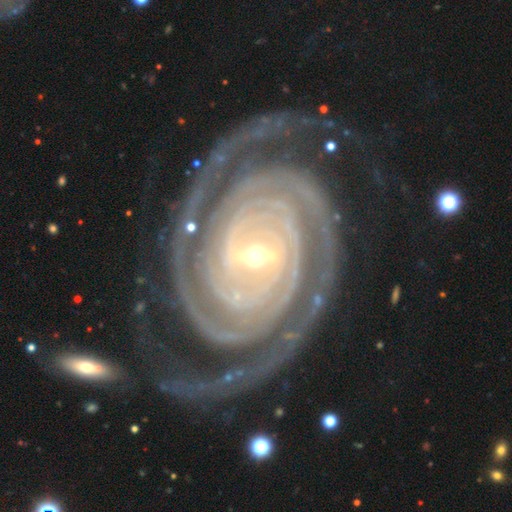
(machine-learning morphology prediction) A featured or disk galaxy (94%) with a strong bar (41%), 2 (58%) tight (88%) spiral arms (99%) and a small central bulge (75%).

Vote fractions:
- Smooth or featured? featured or disk: 94% / star or artifact: 4% / smooth: 2%
- Edge-on disk? no: 98% / yes: 2%
- Bar? strong: 41% / weak: 32% / no: 27%
- Spiral arms? yes: 99% / no: 1%
- Spiral winding? tight: 88% / medium: 10% / loose: 2%
- Spiral arm count? 2: 58% / 3: 13% / 4: 9% / can't tell: 8% / more than 4: 6% / 1: 6%
- Bulge size? small: 75% / moderate: 22% / large: 1% / none: 1% / dominant: 1%
- Merging? none: 77% / minor disturbance: 13% / major disturbance: 7% / merger: 3%